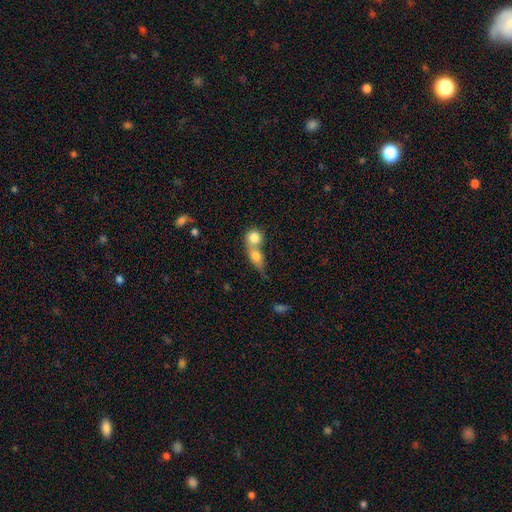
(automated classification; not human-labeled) A smooth galaxy with no disk features (74%) that is round (47%). Merging: merger (70%).